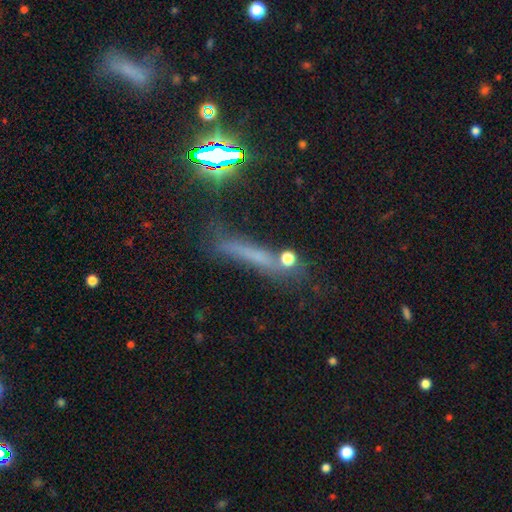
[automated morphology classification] Smooth or featured? Predicted: smooth (p=0.44). Merging? Predicted: none (p=0.61).